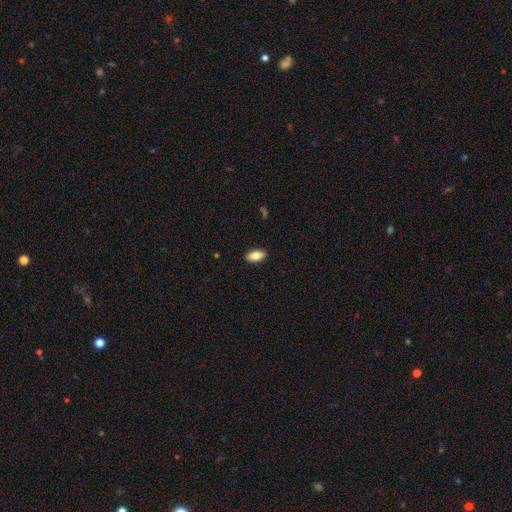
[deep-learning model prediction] The model was most divided on "smooth or featured": smooth: 84%, featured or disk: 9%, star or artifact: 7%. More confident: how rounded — in between (92%); merging — none (90%).